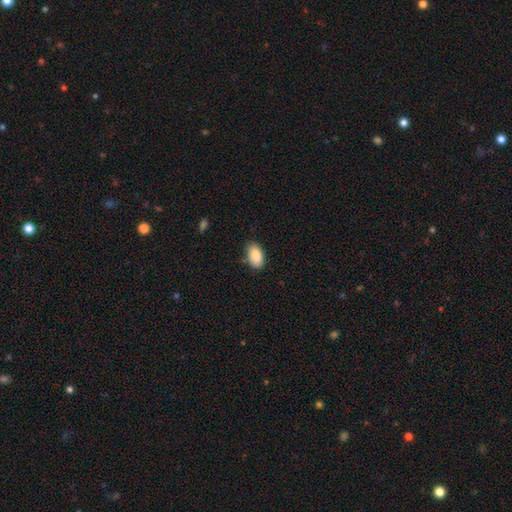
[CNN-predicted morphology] smooth 88%, star or artifact 7%, featured or disk 5%. Down the decision tree: how rounded — in between (93%); merging — none (77%).